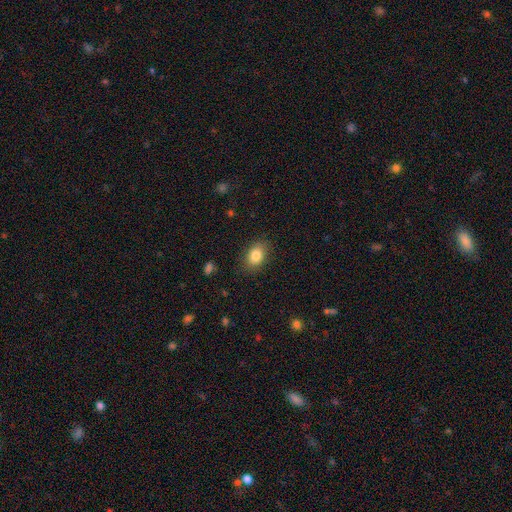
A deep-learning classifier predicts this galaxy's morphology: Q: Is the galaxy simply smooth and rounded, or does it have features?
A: smooth — 83%.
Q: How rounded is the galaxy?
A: in between — 78%.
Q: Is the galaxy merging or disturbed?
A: none — 85%.